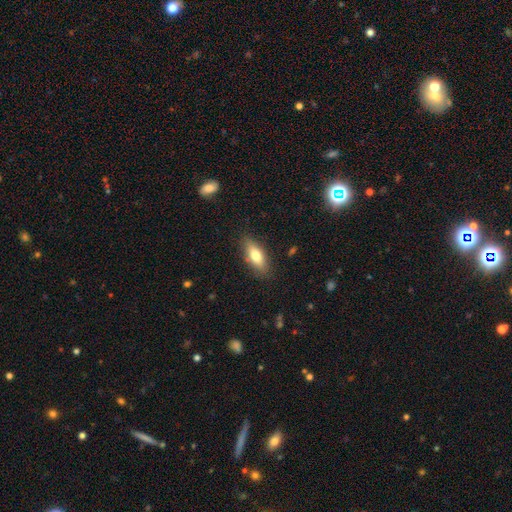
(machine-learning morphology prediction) Smooth or featured?
  - smooth: 73% *
  - featured or disk: 21%
  - star or artifact: 7%
How rounded?
  - in between: 71% *
  - cigar-shaped: 27%
  - round: 3%
Merging?
  - none: 84% *
  - minor disturbance: 12%
  - major disturbance: 3%
  - merger: 1%